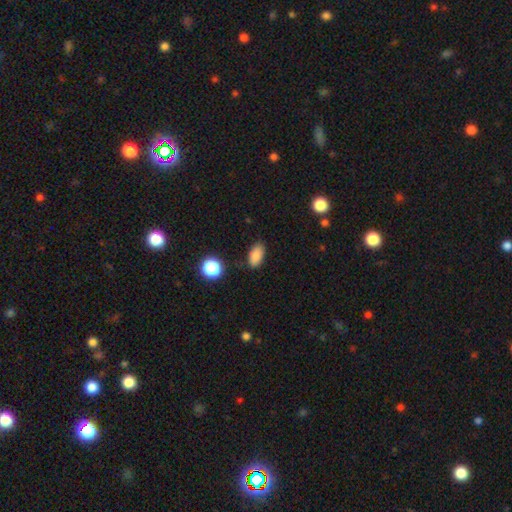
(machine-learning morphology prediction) Smooth or featured? smooth (85%)
How rounded? in between (90%)
Merging? none (82%)